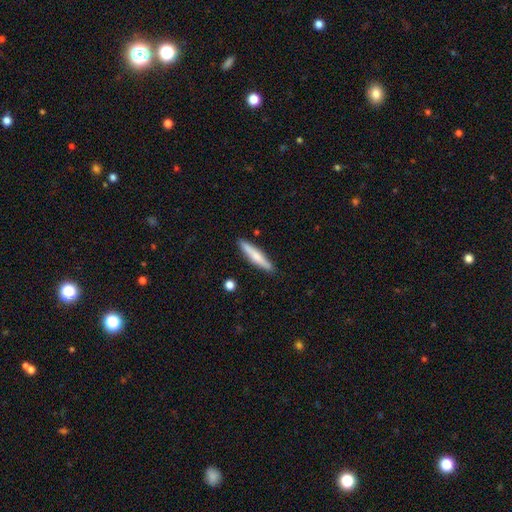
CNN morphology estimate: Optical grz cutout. It shows a smooth galaxy with no disk features (62%) that is cigar-shaped (89%). Merging: none (89%).